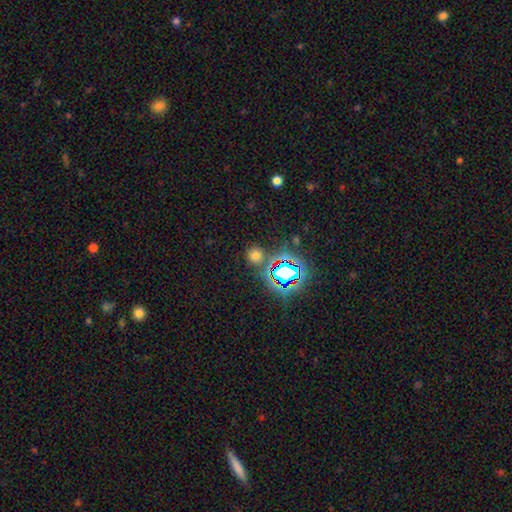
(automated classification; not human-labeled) The model was most divided on "smooth or featured": smooth: 60%, star or artifact: 33%, featured or disk: 7%. More confident: how rounded — round (90%); merging — none (82%).